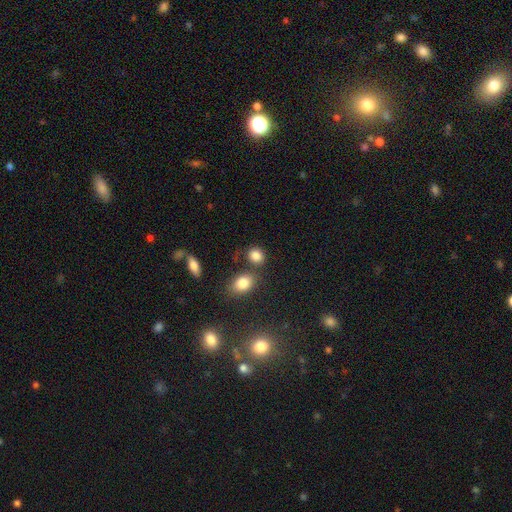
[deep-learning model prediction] Q: Smooth or featured?
A: smooth (84%); runner-up: star or artifact (10%)
Q: How rounded?
A: round (56%); runner-up: in between (43%)
Q: Merging?
A: none (68%); runner-up: merger (15%)